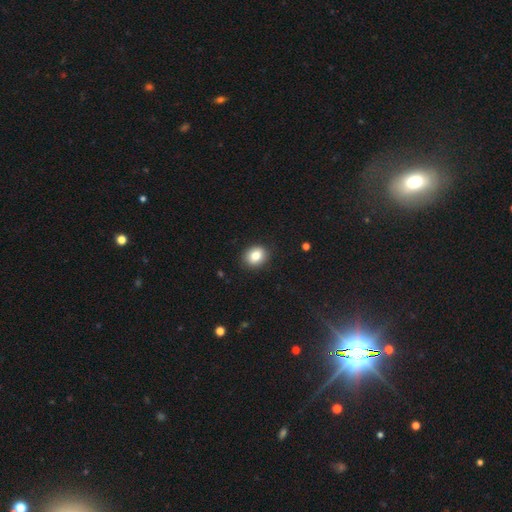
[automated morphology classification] smooth_or_featured: smooth (p=0.83) [alt: star or artifact p=0.09]
how_rounded: round (p=0.59) [alt: in between p=0.40]
merging: none (p=0.89) [alt: minor disturbance p=0.08]